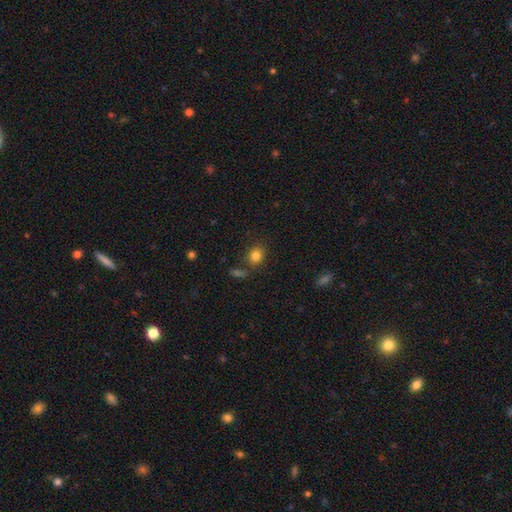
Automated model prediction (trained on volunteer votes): Q: Smooth or featured?
A: smooth (83%); runner-up: star or artifact (12%)
Q: How rounded?
A: round (60%); runner-up: in between (39%)
Q: Merging?
A: none (79%); runner-up: minor disturbance (11%)